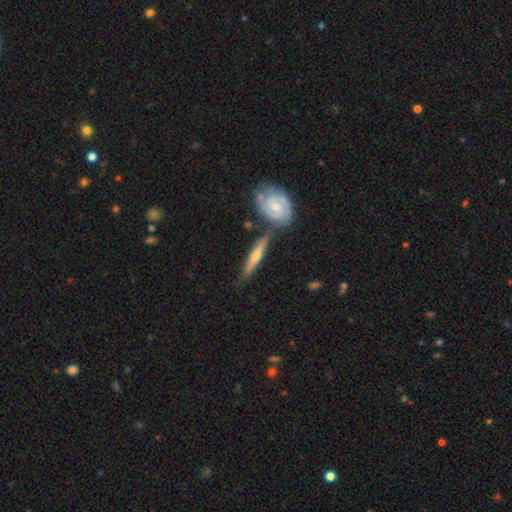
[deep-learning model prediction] featured or disk 71%, smooth 23%, star or artifact 5%. Down the decision tree: edge-on disk — yes (82%); edge-on bulge — rounded (83%); merging — none (69%).